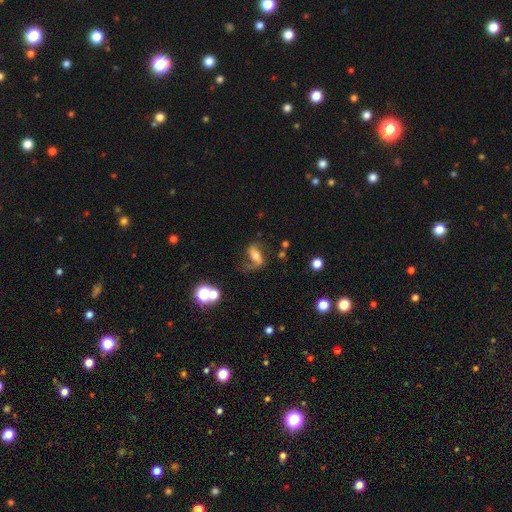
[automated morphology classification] type=featured or disk (60%); edge-on=no (90%); bar=no (37%); spiral arms=yes (85%); bulge=moderate (57%); merging=none (49%).